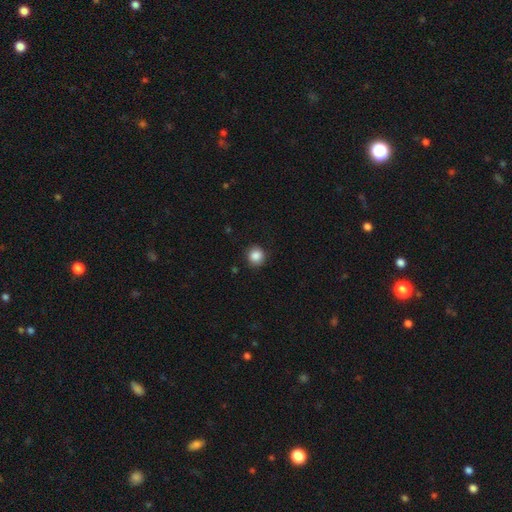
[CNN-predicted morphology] A smooth galaxy with no disk features (87%) that is round (92%).

Vote fractions:
- Smooth or featured? smooth: 87% / star or artifact: 10% / featured or disk: 4%
- How rounded? round: 92% / in between: 7% / cigar-shaped: 1%
- Merging? none: 87% / minor disturbance: 10% / major disturbance: 2% / merger: 1%